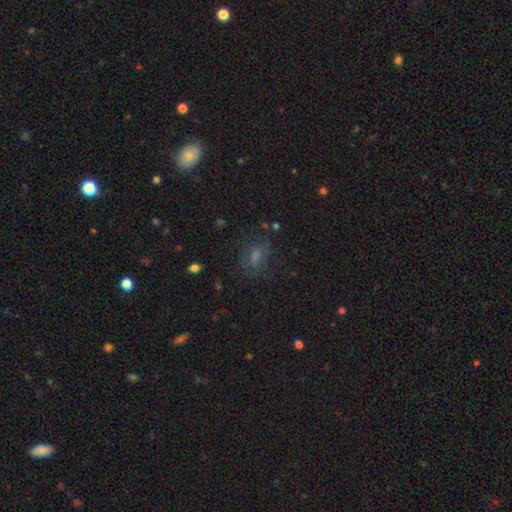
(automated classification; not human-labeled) Smooth or featured: smooth — 50% (star or artifact — 27%)
How rounded: in between — 70% (round — 21%)
Merging: none — 68% (minor disturbance — 17%)